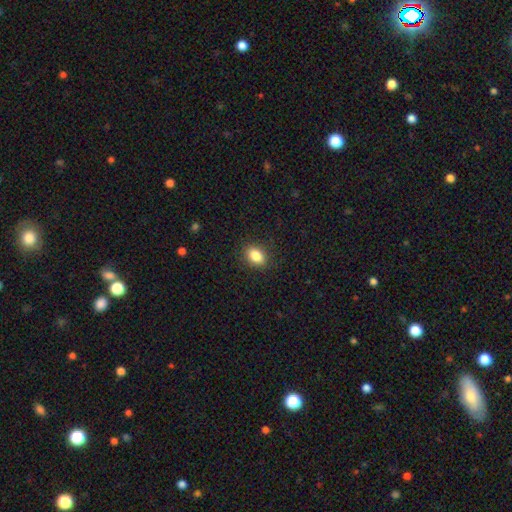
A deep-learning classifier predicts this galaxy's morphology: Overall: smooth (86%). How rounded: in between (74%). Merging: none (88%).